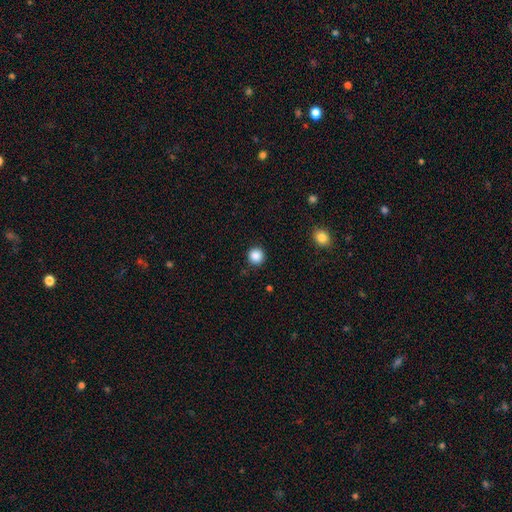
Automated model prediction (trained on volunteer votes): Smooth or featured? smooth (87%)
How rounded? round (94%)
Merging? none (91%)